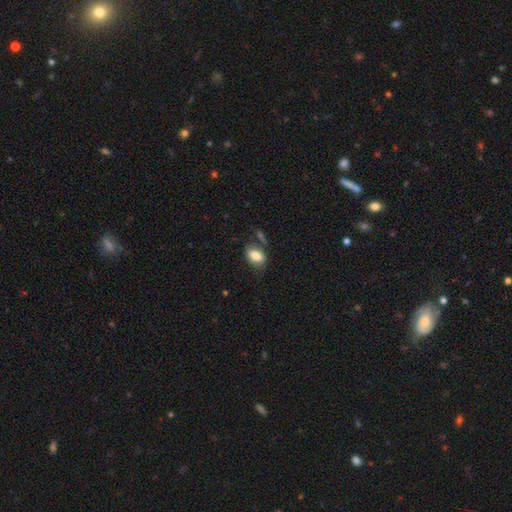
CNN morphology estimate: Smooth or featured: smooth — 80% (featured or disk — 12%)
How rounded: in between — 87% (round — 11%)
Merging: none — 64% (minor disturbance — 20%)